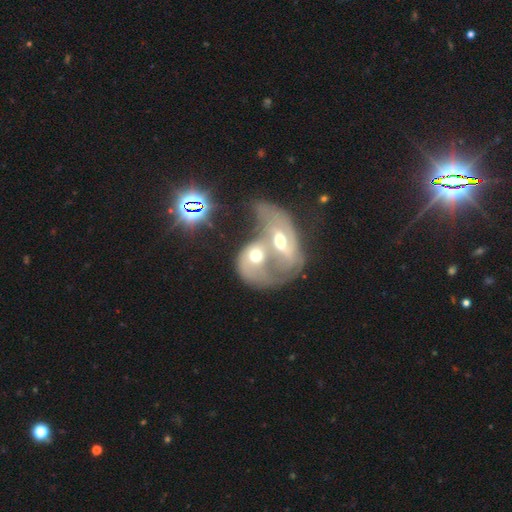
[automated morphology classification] A featured or disk galaxy (62%) with no bar (62%), spiral arms (60%) and a moderate central bulge (69%).

Vote fractions:
- Smooth or featured? featured or disk: 62% / smooth: 30% / star or artifact: 8%
- Edge-on disk? no: 94% / yes: 6%
- Bar? no: 62% / weak: 27% / strong: 11%
- Spiral arms? yes: 60% / no: 40%
- Bulge size? moderate: 69% / large: 17% / small: 9% / none: 3% / dominant: 2%
- Merging? merger: 83% / major disturbance: 9% / none: 5% / minor disturbance: 3%